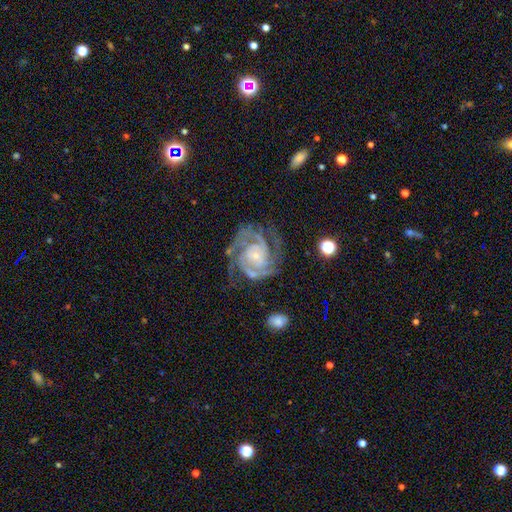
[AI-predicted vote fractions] A featured or disk galaxy (92%) with no bar (63%), 2 (46%) tight (59%) spiral arms (98%) and a small central bulge (76%). Merging: none (69%).